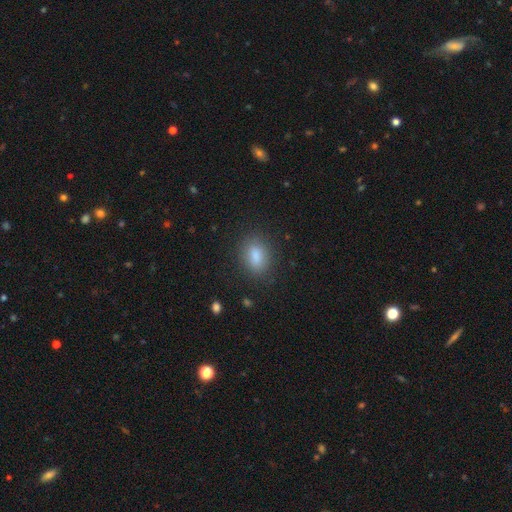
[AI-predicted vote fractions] smooth_or_featured: smooth (p=0.84) [alt: star or artifact p=0.10]
how_rounded: in between (p=0.78) [alt: round p=0.19]
merging: none (p=0.86) [alt: minor disturbance p=0.10]